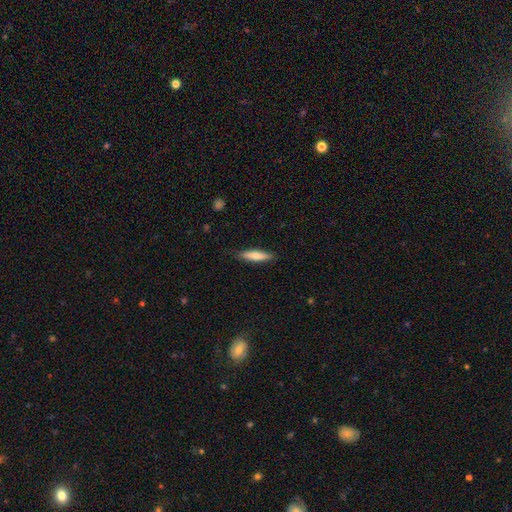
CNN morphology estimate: This is likely a smooth galaxy (71%). How rounded: likely cigar-shaped (80%). Merging: clearly none (86%).